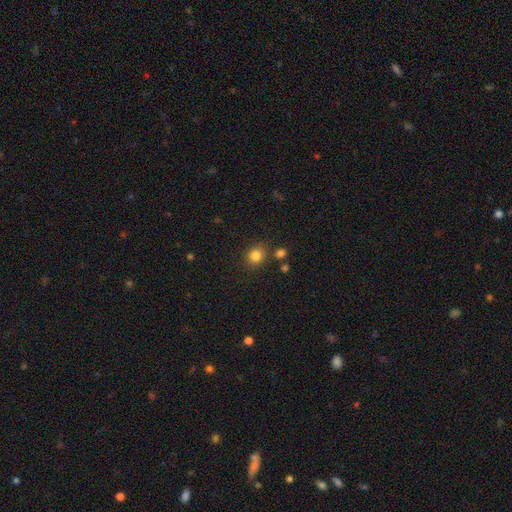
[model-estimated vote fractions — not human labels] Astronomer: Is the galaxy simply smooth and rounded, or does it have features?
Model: smooth — 83%.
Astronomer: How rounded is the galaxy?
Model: round — 76%.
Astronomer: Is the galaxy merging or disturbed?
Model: none — 80%.